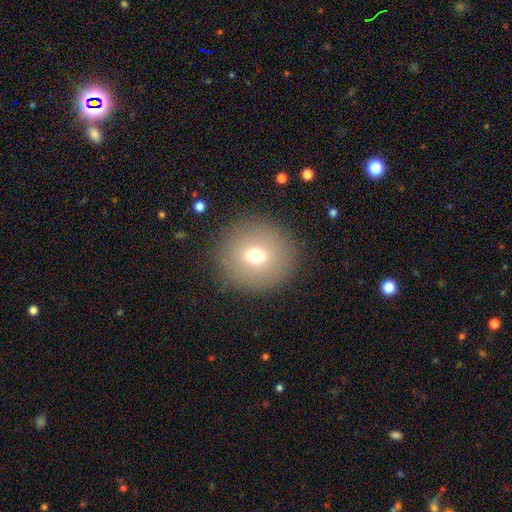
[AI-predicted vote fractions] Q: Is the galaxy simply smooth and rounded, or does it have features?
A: smooth — 66%.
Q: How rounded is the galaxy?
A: round — 88%.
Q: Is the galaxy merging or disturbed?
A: none — 88%.